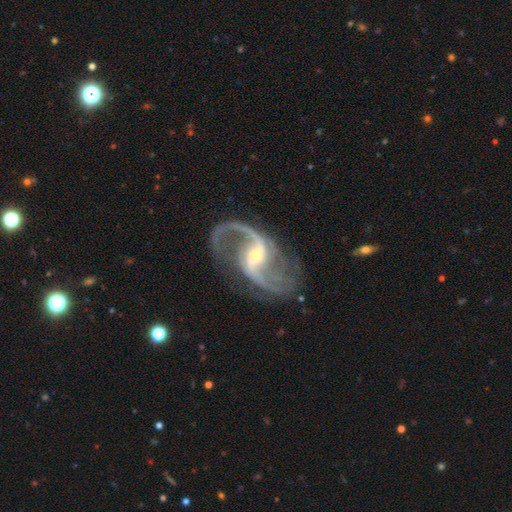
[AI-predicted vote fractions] This appears to be a featured or disk galaxy (93%) with a weak bar (40%), 2 (90%) loose (59%) spiral arms (98%) and a small central bulge (74%). Merging: none (73%).